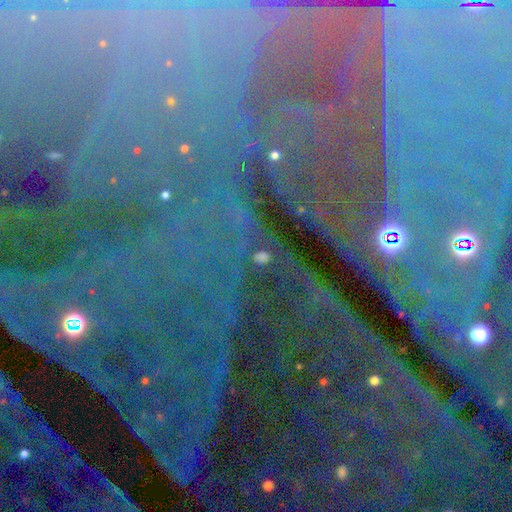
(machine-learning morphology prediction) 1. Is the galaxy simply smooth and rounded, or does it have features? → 86% star or artifact, 8% featured or disk, 6% smooth.